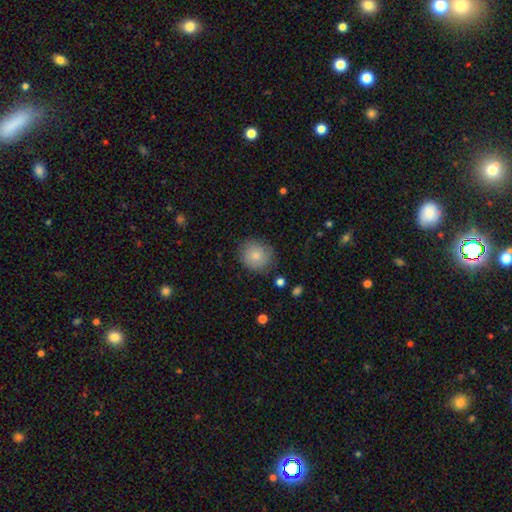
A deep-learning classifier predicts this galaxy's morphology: smooth-or-featured: smooth: 81% | featured or disk: 11% | star or artifact: 8%
  how-rounded: round: 86% | in between: 13% | cigar-shaped: 1%
  merging: none: 80% | minor disturbance: 15% | major disturbance: 4% | merger: 2%